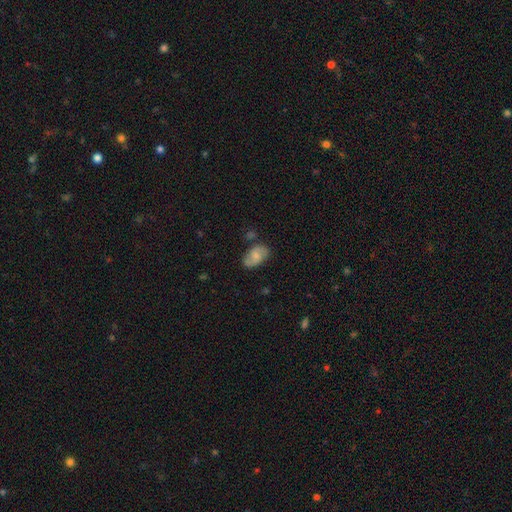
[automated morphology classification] This appears to be a smooth galaxy with no disk features (54%) that is in between round and cigar-shaped (91%). Merging: none (71%).